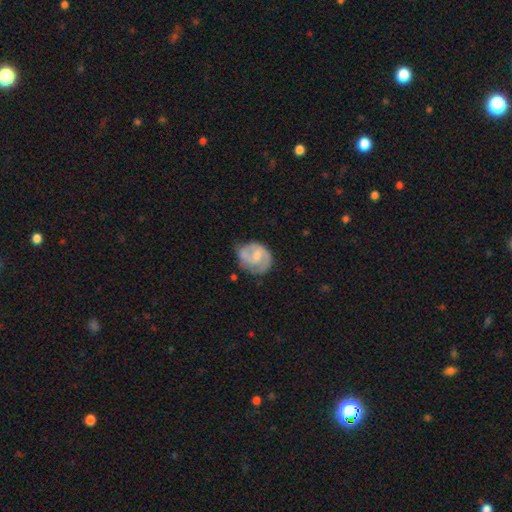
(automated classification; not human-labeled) A featured or disk galaxy (69%) with a weak bar (49%), 2 (70%) medium (44%) spiral arms (86%) and a moderate central bulge (43%).

Vote fractions:
- Smooth or featured? featured or disk: 69% / smooth: 26% / star or artifact: 5%
- Edge-on disk? no: 98% / yes: 2%
- Bar? weak: 49% / no: 41% / strong: 10%
- Spiral arms? yes: 86% / no: 14%
- Spiral winding? medium: 44% / tight: 40% / loose: 16%
- Spiral arm count? 2: 70% / can't tell: 14% / 1: 10% / 3: 4% / 4: 1% / more than 4: 1%
- Bulge size? moderate: 43% / small: 41% / none: 11% / large: 4% / dominant: 1%
- Merging? none: 58% / minor disturbance: 27% / major disturbance: 12% / merger: 3%